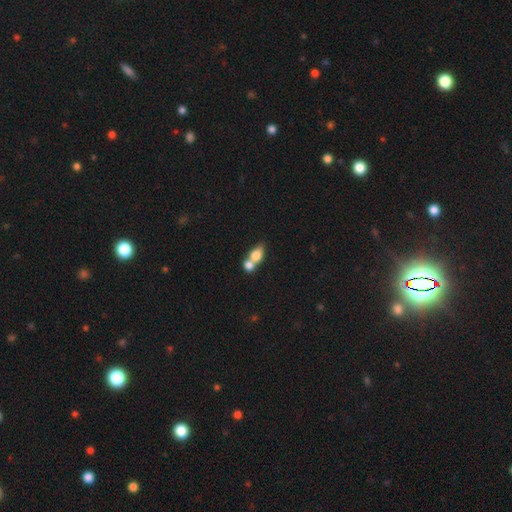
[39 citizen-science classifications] Smooth or featured?
  - smooth: 85% *
  - featured or disk: 15%
  - star or artifact: 0%
How rounded?
  - in between: 58% *
  - round: 36%
  - cigar-shaped: 6%
Merging?
  - merger: 49% *
  - none: 28%
  - minor disturbance: 18%
  - major disturbance: 5%